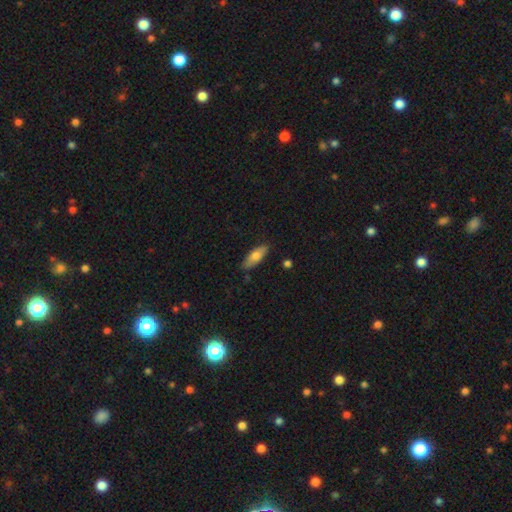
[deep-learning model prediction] Smooth or featured? smooth (69%)
How rounded? in between (65%)
Merging? none (83%)